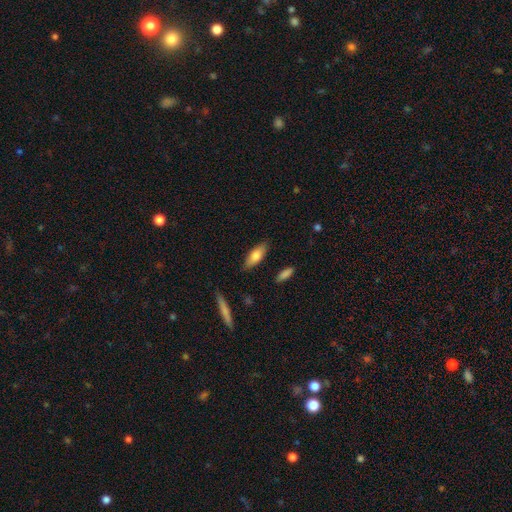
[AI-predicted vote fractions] Overall: smooth (75%). How rounded: in between (69%). Merging: none (85%).